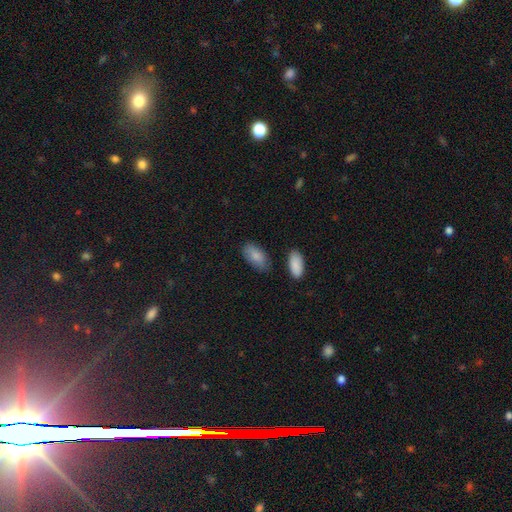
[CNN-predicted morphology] Smooth or featured? smooth (86%)
How rounded? in between (93%)
Merging? none (75%)